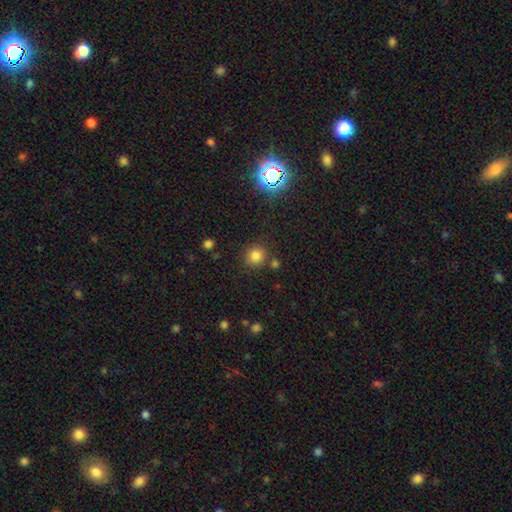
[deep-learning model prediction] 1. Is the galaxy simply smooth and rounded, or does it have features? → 79% smooth, 15% star or artifact, 5% featured or disk.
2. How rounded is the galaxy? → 88% round, 11% in between, 1% cigar-shaped.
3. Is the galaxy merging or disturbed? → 81% none, 9% minor disturbance, 7% merger, 3% major disturbance.